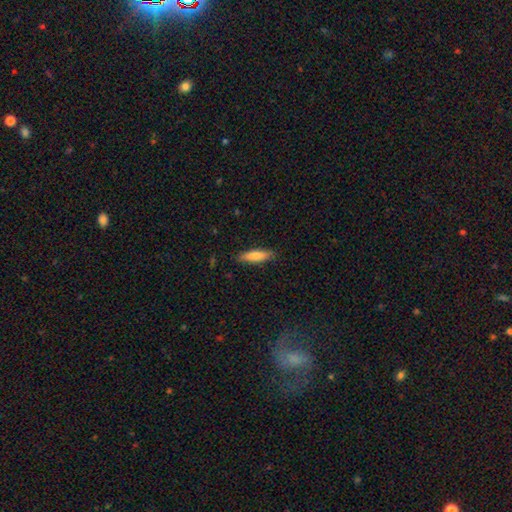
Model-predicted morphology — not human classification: Q: Smooth or featured?
A: smooth (78%); runner-up: featured or disk (16%)
Q: How rounded?
A: cigar-shaped (67%); runner-up: in between (31%)
Q: Merging?
A: none (87%); runner-up: minor disturbance (10%)